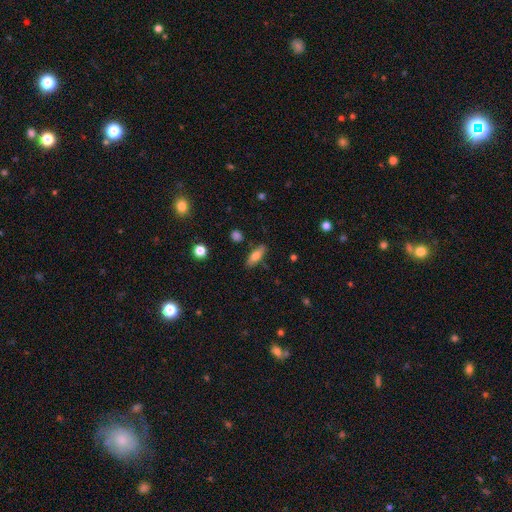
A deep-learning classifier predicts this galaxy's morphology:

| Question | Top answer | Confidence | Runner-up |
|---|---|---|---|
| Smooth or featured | smooth | 67% | featured or disk (26%) |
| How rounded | in between | 63% | cigar-shaped (33%) |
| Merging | none | 83% | minor disturbance (12%) |